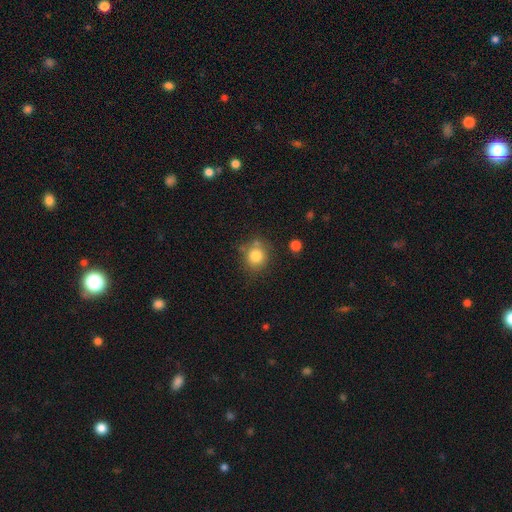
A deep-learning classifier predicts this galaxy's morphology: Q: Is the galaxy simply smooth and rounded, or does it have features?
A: smooth — 82%.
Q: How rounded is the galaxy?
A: round — 85%.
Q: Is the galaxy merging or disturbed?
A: none — 73%.